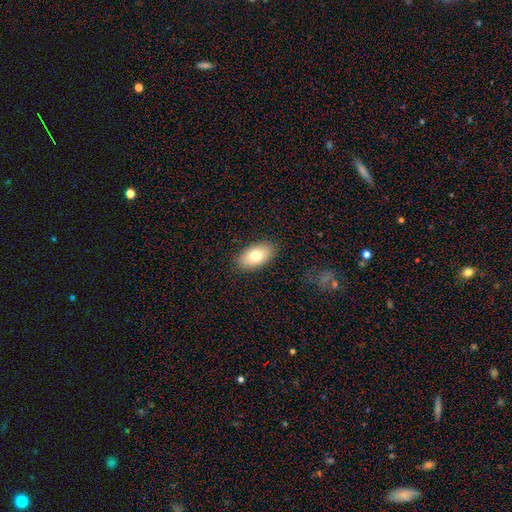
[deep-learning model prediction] Overall: smooth (76%). How rounded: in between (94%). Merging: none (87%).